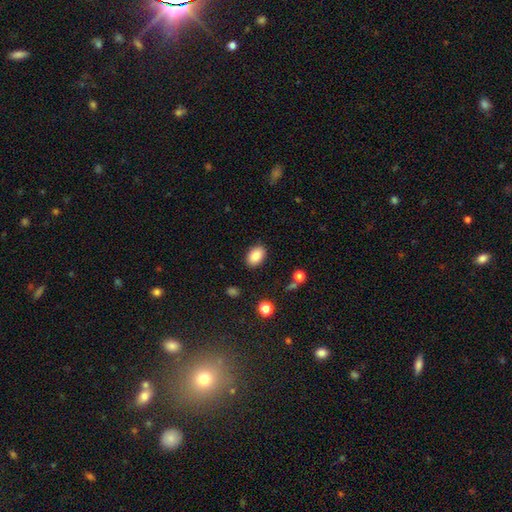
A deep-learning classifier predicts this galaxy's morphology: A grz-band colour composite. It shows a smooth galaxy with no disk features (86%) that is in between round and cigar-shaped (87%). Merging: none (87%).